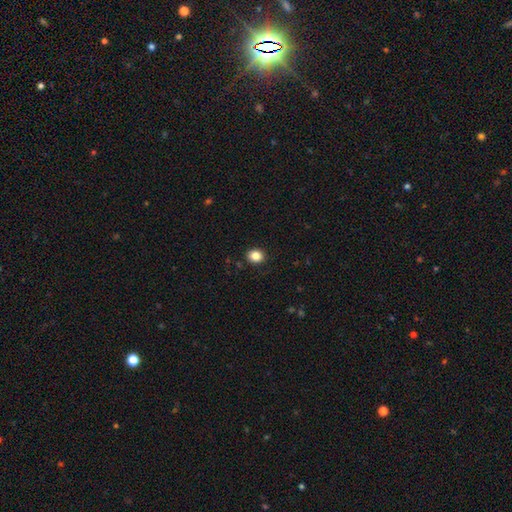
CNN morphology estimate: A smooth galaxy with no disk features (84%) that is round (65%). Merging: none (89%).